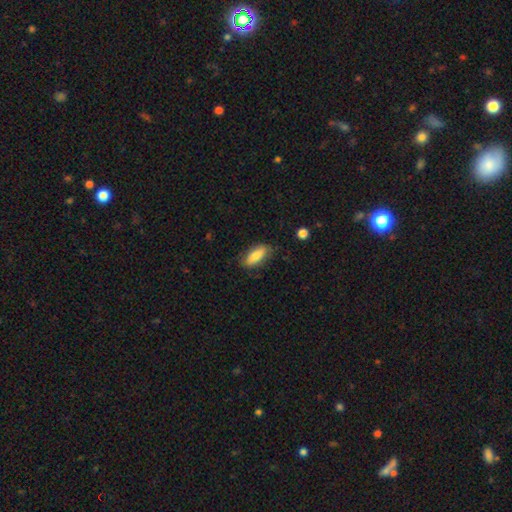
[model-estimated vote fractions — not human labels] A smooth galaxy with no disk features (76%) that is in between round and cigar-shaped (79%). Merging: none (76%).